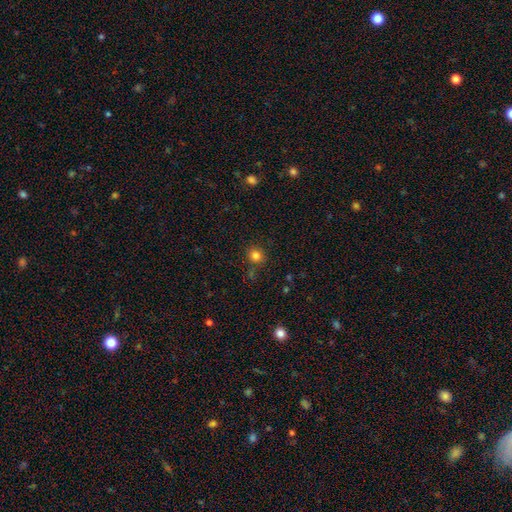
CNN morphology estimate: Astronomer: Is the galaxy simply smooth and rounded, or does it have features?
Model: smooth — 81%.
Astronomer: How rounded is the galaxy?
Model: round — 87%.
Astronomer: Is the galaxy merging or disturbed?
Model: none — 82%.